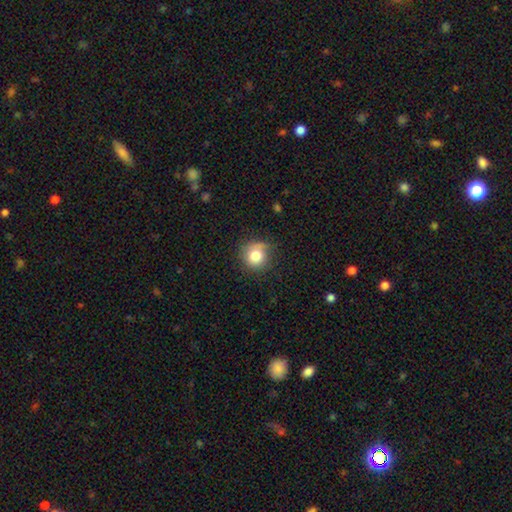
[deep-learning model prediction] This is likely a smooth galaxy (79%). How rounded: clearly round (90%). Merging: likely none (65%).